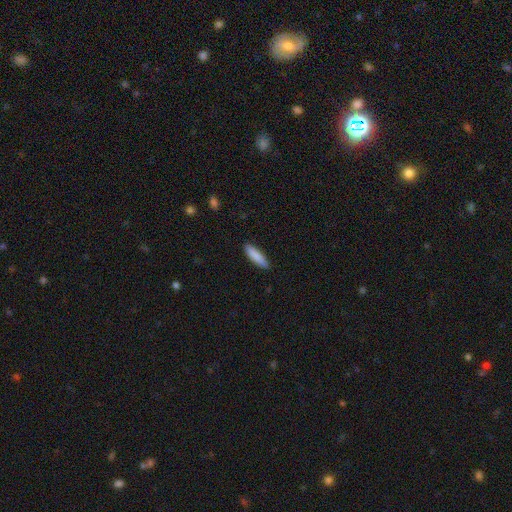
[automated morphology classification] smooth 87%, featured or disk 7%, star or artifact 6%. Down the decision tree: how rounded — cigar-shaped (73%); merging — none (89%).